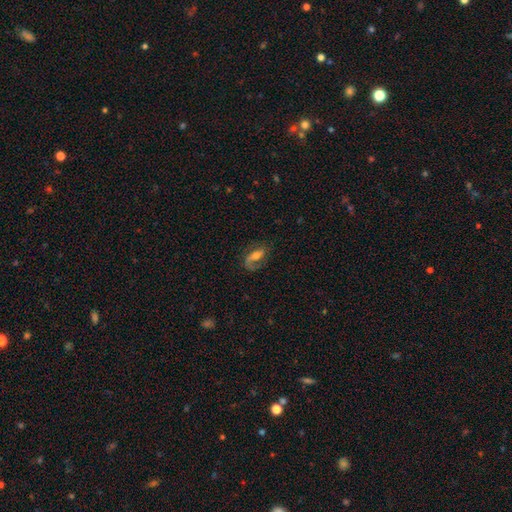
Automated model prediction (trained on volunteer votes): The model was most divided on "spiral winding": loose: 41%, medium: 40%, tight: 19%. Remaining: edge-on disk — no (93%); spiral arms — yes (88%); smooth or featured — featured or disk (65%); merging — none (61%); bulge size — moderate (53%); spiral arm count — 2 (47%); bar — weak (38%).